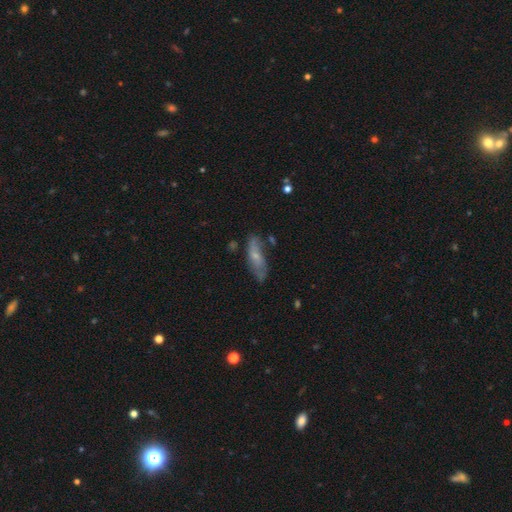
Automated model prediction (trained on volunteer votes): This appears to be a smooth galaxy with no disk features (52%) that is in between round and cigar-shaped (58%). Merging: none (60%).